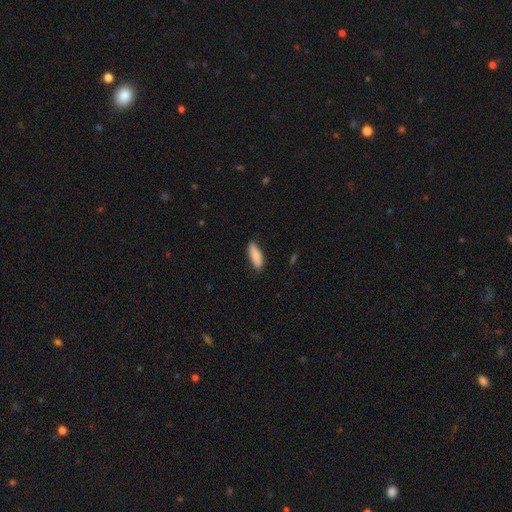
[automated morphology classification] smooth_or_featured: smooth (p=0.83) [alt: featured or disk p=0.11]
how_rounded: in between (p=0.62) [alt: cigar-shaped p=0.37]
merging: none (p=0.80) [alt: minor disturbance p=0.16]